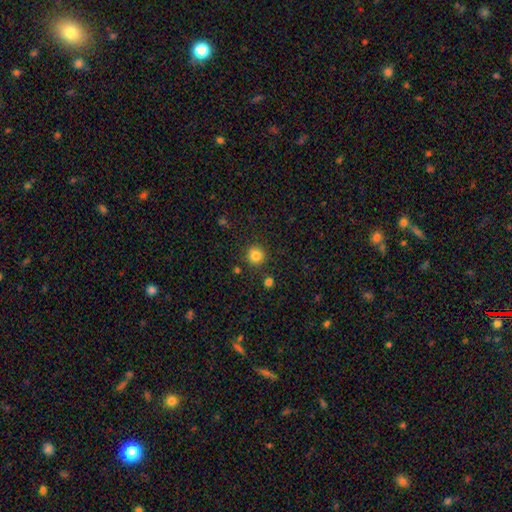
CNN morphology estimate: Smooth or featured: smooth — 84% (star or artifact — 12%)
How rounded: round — 93% (in between — 6%)
Merging: none — 87% (minor disturbance — 7%)